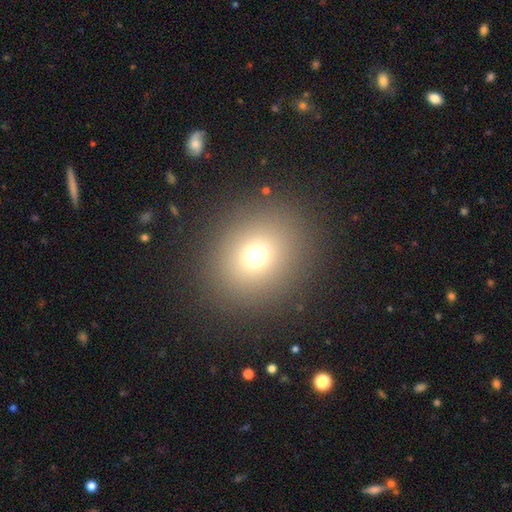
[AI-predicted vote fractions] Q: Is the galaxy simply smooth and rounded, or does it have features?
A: smooth — 70%.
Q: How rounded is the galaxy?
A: round — 77%.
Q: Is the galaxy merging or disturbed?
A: none — 89%.